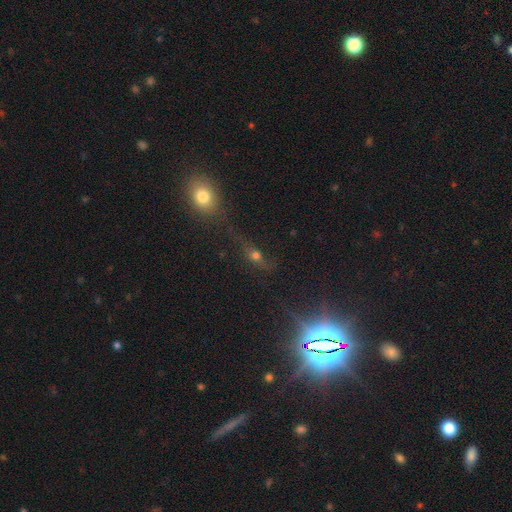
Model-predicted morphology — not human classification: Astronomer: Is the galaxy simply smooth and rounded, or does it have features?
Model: smooth — 36% (runner-up: star or artifact, 34%).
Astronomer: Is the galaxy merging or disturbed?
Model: none — 53%.